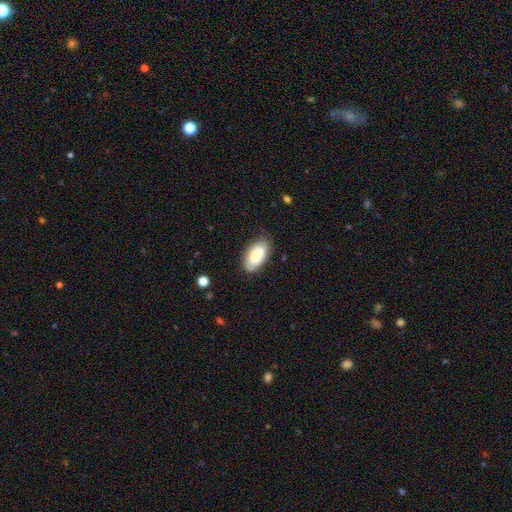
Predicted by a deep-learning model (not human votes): The model was most divided on "smooth or featured": smooth: 75%, featured or disk: 18%, star or artifact: 7%. More confident: how rounded — in between (95%); merging — none (79%).